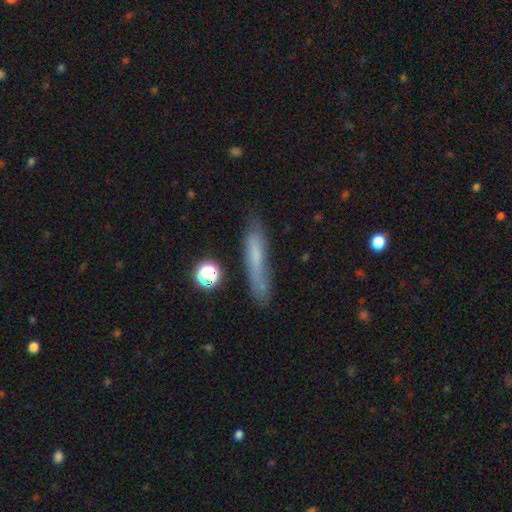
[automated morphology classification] smooth 61%, featured or disk 29%, star or artifact 10%. Down the decision tree: how rounded — cigar-shaped (88%); merging — none (67%).